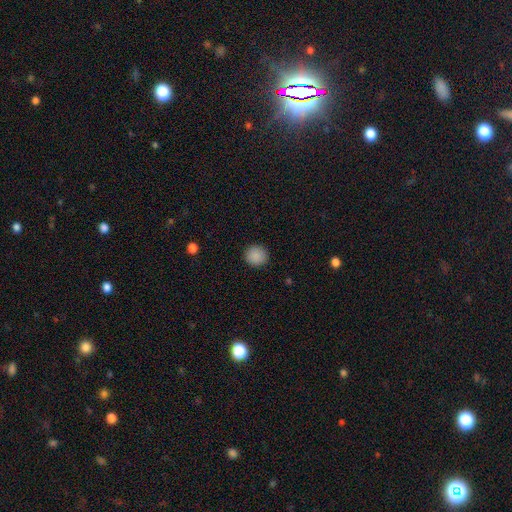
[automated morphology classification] Smooth or featured: smooth — 89% (star or artifact — 9%)
How rounded: round — 93% (in between — 6%)
Merging: none — 91% (minor disturbance — 6%)